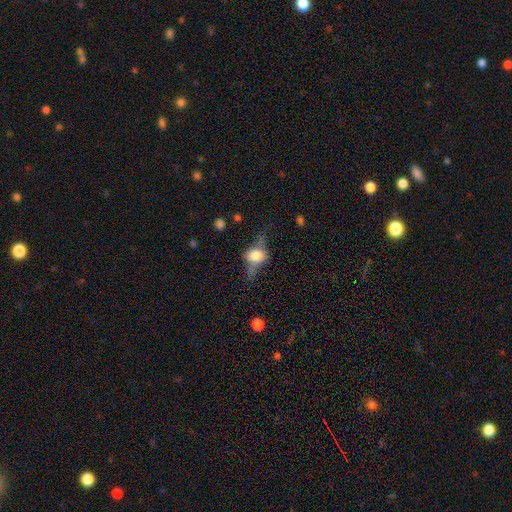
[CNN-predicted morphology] A featured or disk galaxy (52%) viewed edge-on (84%).

Vote fractions:
- Smooth or featured? featured or disk: 52% / smooth: 37% / star or artifact: 10%
- Edge-on disk? yes: 84% / no: 16%
- Merging? none: 56% / minor disturbance: 24% / major disturbance: 17% / merger: 3%